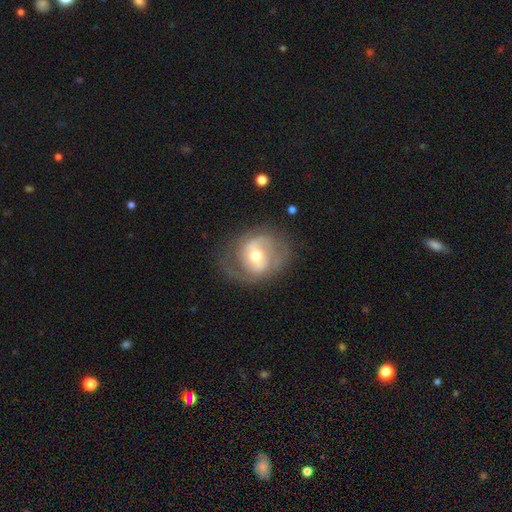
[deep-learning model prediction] Smooth or featured: featured or disk — 66% (smooth — 27%)
Edge-on disk: no — 96% (yes — 4%)
Bar: weak — 40% (tied with no — 40%)
Spiral arms: yes — 69% (no — 31%)
Bulge size: moderate — 68% (small — 22%)
Merging: none — 66% (minor disturbance — 19%)